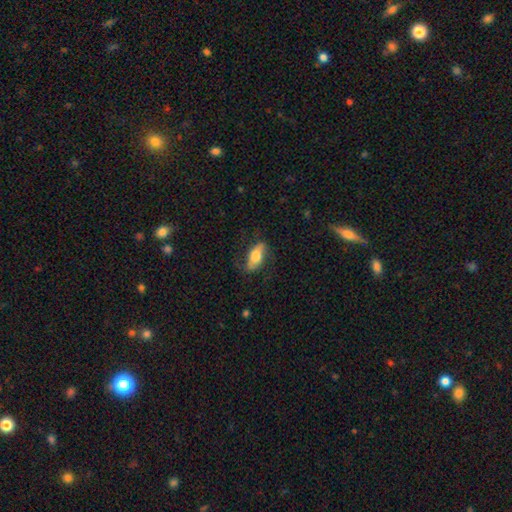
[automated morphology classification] Smooth or featured: smooth — 60% (featured or disk — 33%)
How rounded: in between — 78% (cigar-shaped — 17%)
Merging: none — 71% (minor disturbance — 19%)